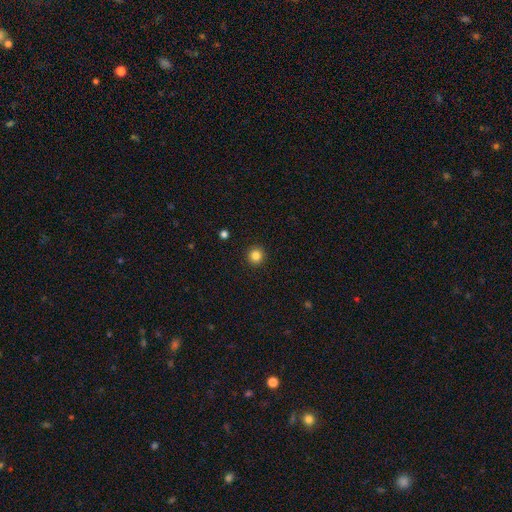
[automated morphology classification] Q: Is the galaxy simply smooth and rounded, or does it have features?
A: smooth — 84%.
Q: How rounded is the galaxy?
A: round — 95%.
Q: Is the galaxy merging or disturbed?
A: none — 93%.